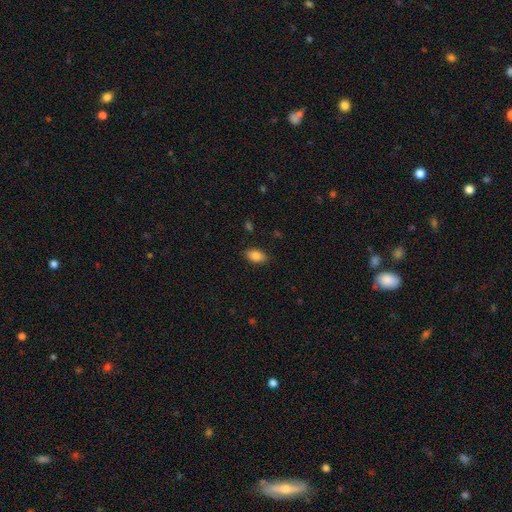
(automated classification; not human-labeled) Smooth or featured?
  - smooth: 86% *
  - star or artifact: 8%
  - featured or disk: 6%
How rounded?
  - in between: 91% *
  - round: 6%
  - cigar-shaped: 2%
Merging?
  - none: 86% *
  - minor disturbance: 10%
  - major disturbance: 2%
  - merger: 1%